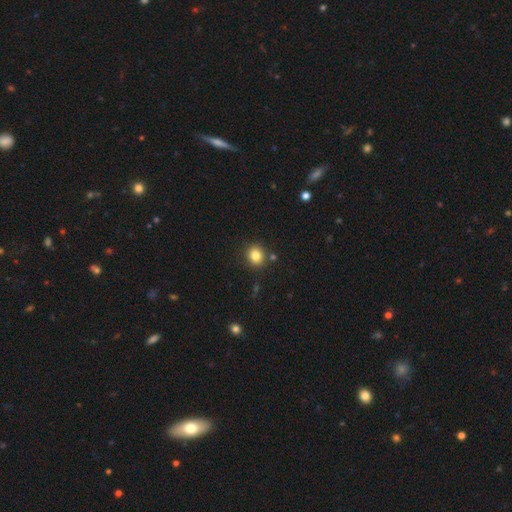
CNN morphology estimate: type=smooth (82%); roundness=round (79%); merging=none (85%).